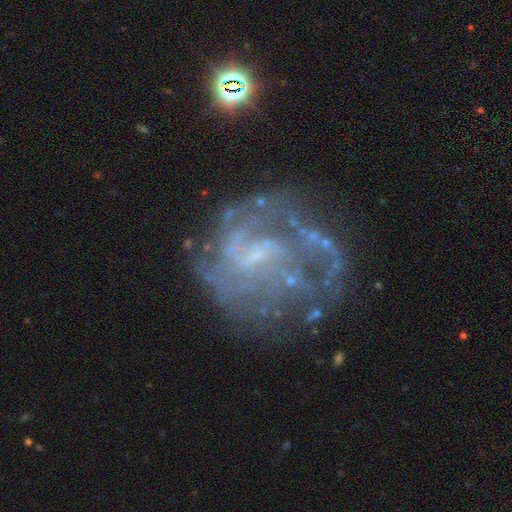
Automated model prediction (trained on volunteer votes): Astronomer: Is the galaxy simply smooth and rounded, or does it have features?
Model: featured or disk — 80%.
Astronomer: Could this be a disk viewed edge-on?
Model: no — 98%.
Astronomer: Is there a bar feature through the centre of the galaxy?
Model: weak — 46% (runner-up: no, 42%).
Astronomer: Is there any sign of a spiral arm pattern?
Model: yes — 81%.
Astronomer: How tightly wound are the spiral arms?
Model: medium — 40% (runner-up: tight, 38%).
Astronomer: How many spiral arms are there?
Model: can't tell — 42% (runner-up: 2, 21%).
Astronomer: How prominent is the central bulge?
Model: small — 52% (runner-up: none, 36%).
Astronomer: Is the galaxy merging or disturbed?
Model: none — 54%.